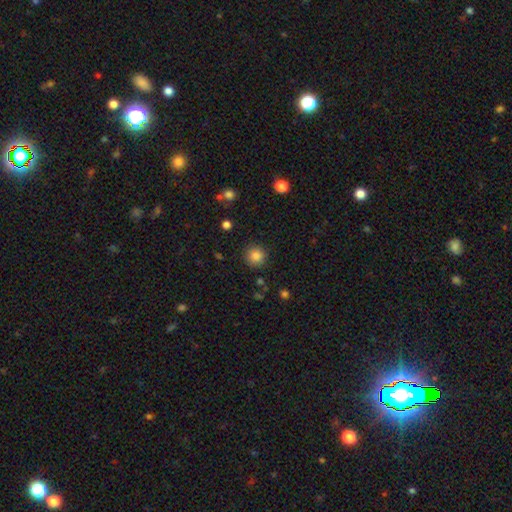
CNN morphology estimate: Overall: smooth (84%). How rounded: round (94%). Merging: none (90%).